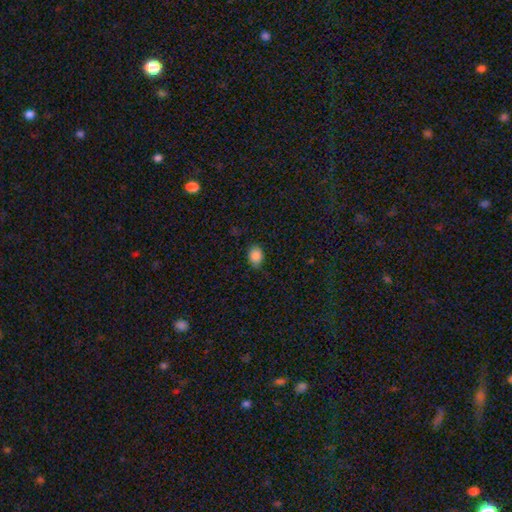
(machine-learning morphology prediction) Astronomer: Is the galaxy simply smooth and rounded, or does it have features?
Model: smooth — 87%.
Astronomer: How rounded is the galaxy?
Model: in between — 68%.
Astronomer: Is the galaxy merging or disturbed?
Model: none — 81%.